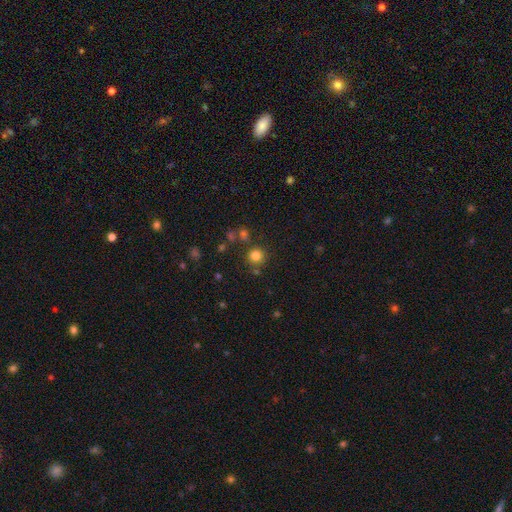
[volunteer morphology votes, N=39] smooth-or-featured: smooth: 92% | star or artifact: 8% | featured or disk: 0%
  how-rounded: round: 100% | in between: 0% | cigar-shaped: 0%
  merging: none: 78% | minor disturbance: 11% | major disturbance: 6% | merger: 6%